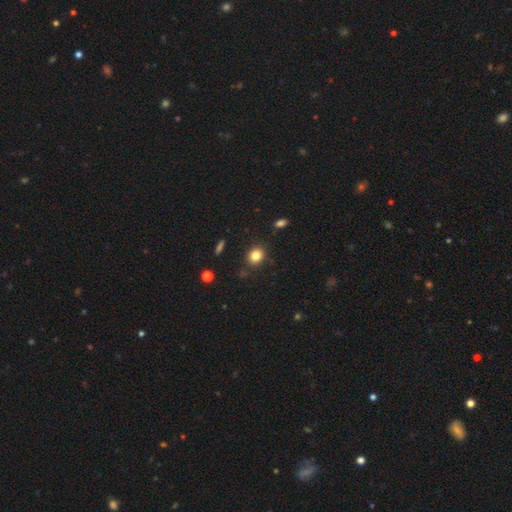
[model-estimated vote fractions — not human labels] smooth 83%, star or artifact 11%, featured or disk 6%. Down the decision tree: how rounded — round (63%); merging — none (84%).